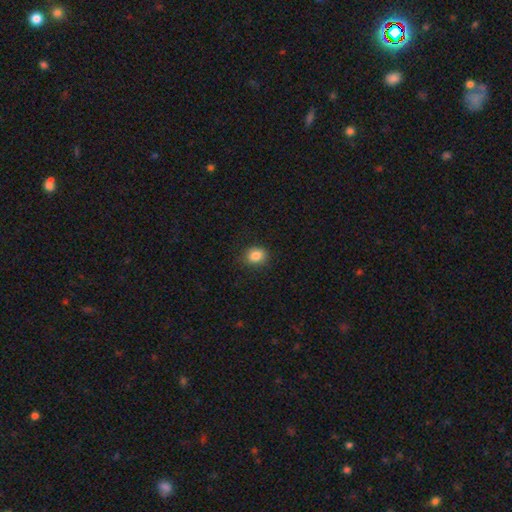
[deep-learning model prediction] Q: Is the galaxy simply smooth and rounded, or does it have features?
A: smooth — 85%.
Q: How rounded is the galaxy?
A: round — 60%.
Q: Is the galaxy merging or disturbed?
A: none — 85%.